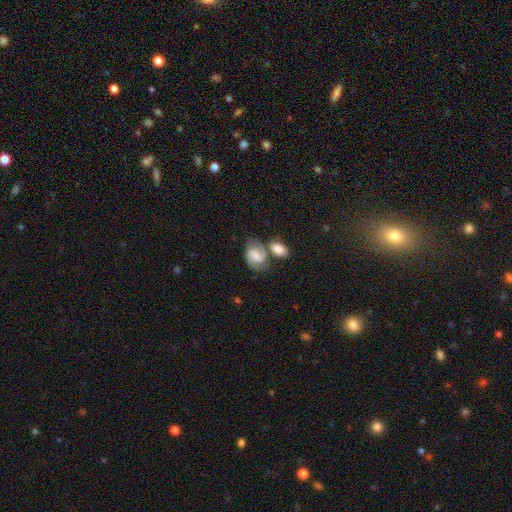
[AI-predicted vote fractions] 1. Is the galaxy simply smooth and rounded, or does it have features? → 68% featured or disk, 25% smooth, 7% star or artifact.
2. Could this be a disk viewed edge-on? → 97% no, 3% yes.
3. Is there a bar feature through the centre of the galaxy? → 47% weak, 38% no, 15% strong.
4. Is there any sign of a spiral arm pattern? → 94% yes, 6% no.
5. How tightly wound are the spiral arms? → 54% medium, 27% tight, 19% loose.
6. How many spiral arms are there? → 89% 2, 5% can't tell, 2% 1, 1% 3, 1% 4, 1% more than 4.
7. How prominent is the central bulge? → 31% moderate (tied), 31% small (tied), 22% none, 13% large, 3% dominant.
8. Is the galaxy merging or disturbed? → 48% none, 31% merger, 15% minor disturbance, 6% major disturbance.